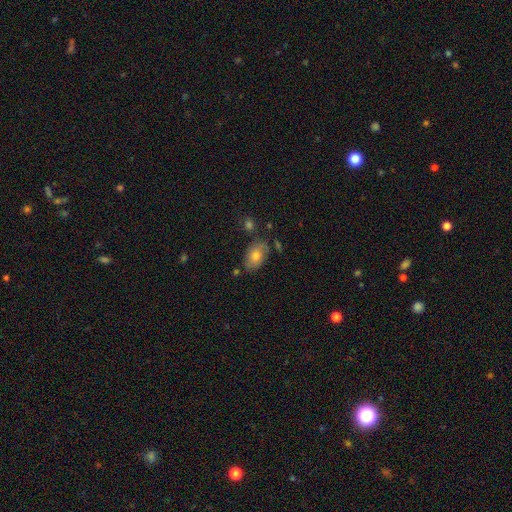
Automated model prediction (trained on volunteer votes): smooth_or_featured: smooth (p=0.70) [alt: featured or disk p=0.22]
how_rounded: in between (p=0.88) [alt: round p=0.11]
merging: none (p=0.72) [alt: minor disturbance p=0.18]